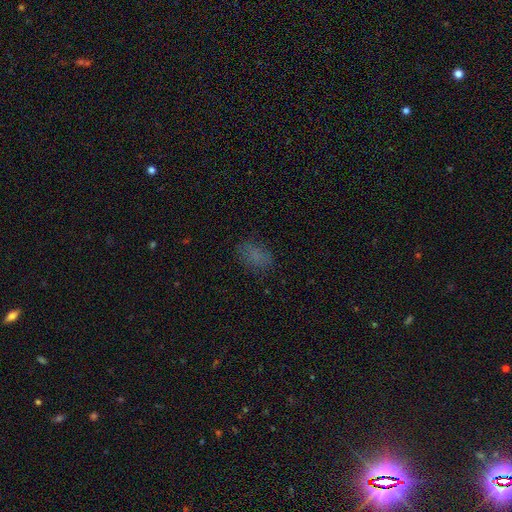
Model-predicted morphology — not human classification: type=smooth (77%); roundness=in between (86%); merging=none (78%).